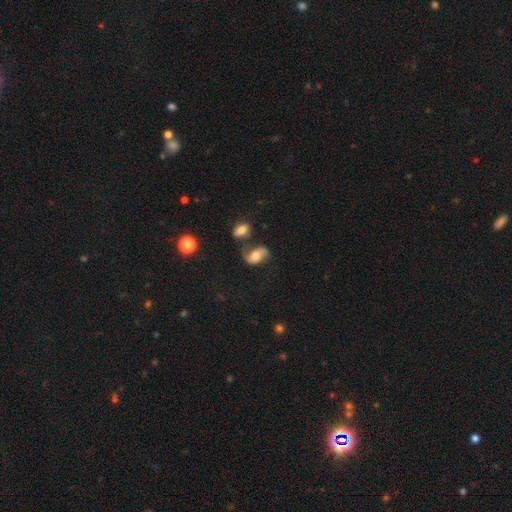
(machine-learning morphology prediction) This is possibly a featured or disk galaxy (59%). It is clearly not viewed edge-on (96%). Bar: likely no (60%). Spiral arm pattern: clearly yes (87%). Central bulge: likely moderate (60%). Merging: possibly none (49%).